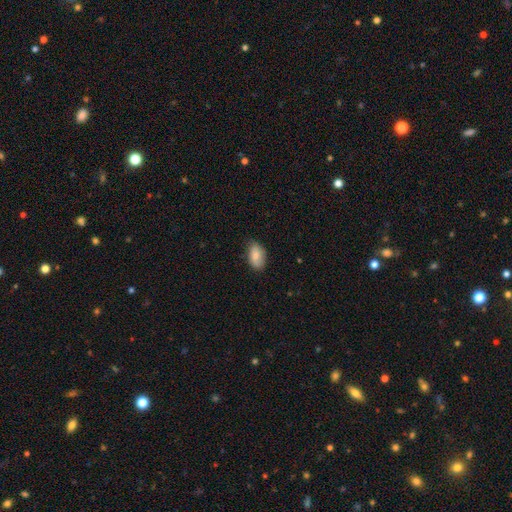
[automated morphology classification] Smooth or featured? Predicted: smooth (p=0.81). How rounded? Predicted: in between (p=0.92). Merging? Predicted: none (p=0.76).